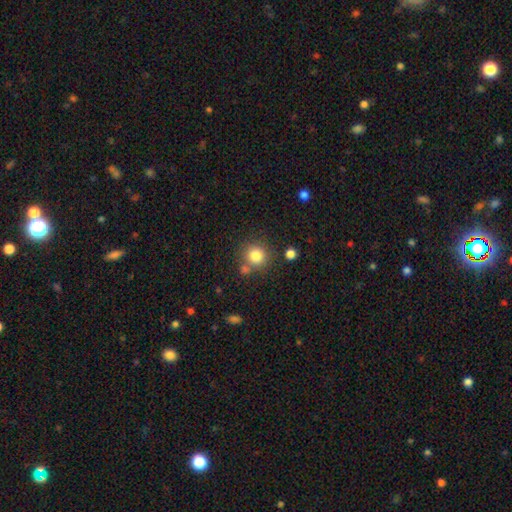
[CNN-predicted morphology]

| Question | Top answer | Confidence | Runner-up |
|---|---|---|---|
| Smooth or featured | smooth | 81% | star or artifact (12%) |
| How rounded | round | 90% | in between (10%) |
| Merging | none | 73% | merger (13%) |